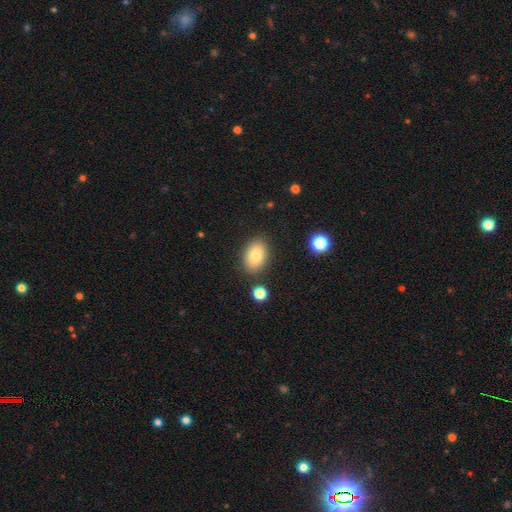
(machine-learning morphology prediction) Smooth or featured?
  - smooth: 79% *
  - featured or disk: 12%
  - star or artifact: 9%
How rounded?
  - in between: 83% *
  - round: 15%
  - cigar-shaped: 1%
Merging?
  - none: 84% *
  - minor disturbance: 10%
  - merger: 3%
  - major disturbance: 3%